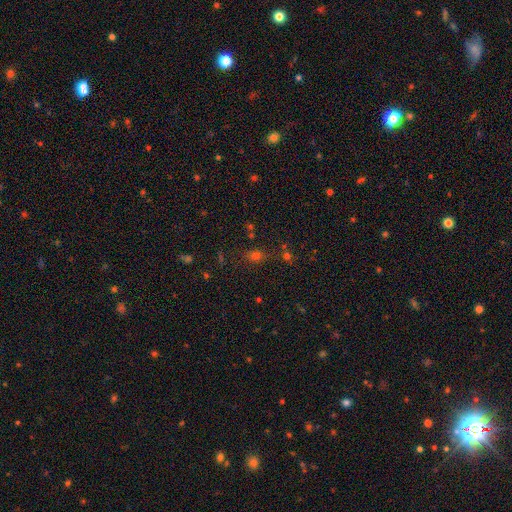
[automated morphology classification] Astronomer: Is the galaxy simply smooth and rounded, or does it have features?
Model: smooth — 64%.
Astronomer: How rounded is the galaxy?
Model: round — 53% (runner-up: in between, 44%).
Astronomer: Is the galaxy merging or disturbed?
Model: none — 73%.